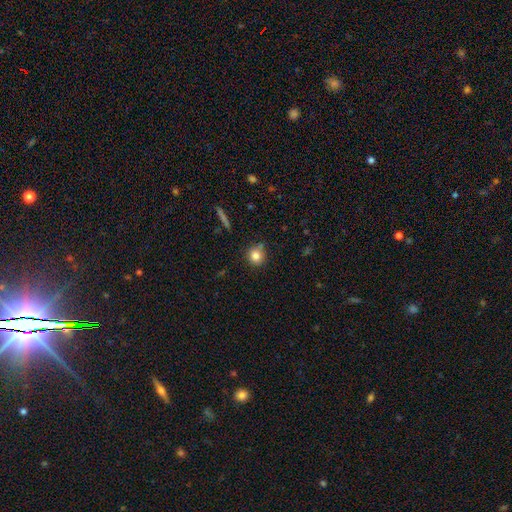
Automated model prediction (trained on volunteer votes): The model was most divided on "merging": none: 75%, minor disturbance: 15%, merger: 6%, major disturbance: 4%. More confident: how rounded — round (88%); smooth or featured — smooth (81%).